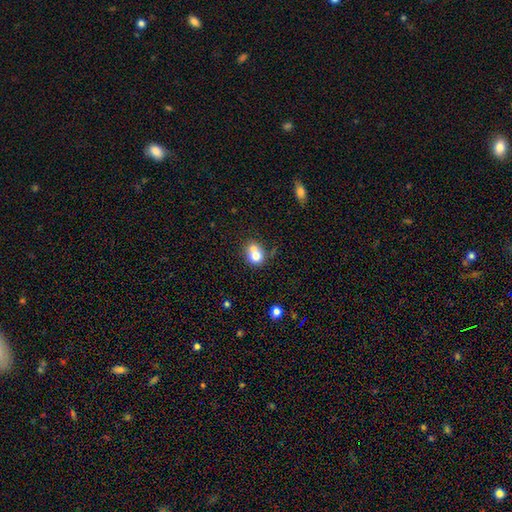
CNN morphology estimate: Smooth or featured?
  - smooth: 72% *
  - featured or disk: 17%
  - star or artifact: 10%
How rounded?
  - round: 69% *
  - in between: 31%
  - cigar-shaped: 1%
Merging?
  - merger: 52% *
  - none: 33%
  - minor disturbance: 10%
  - major disturbance: 4%